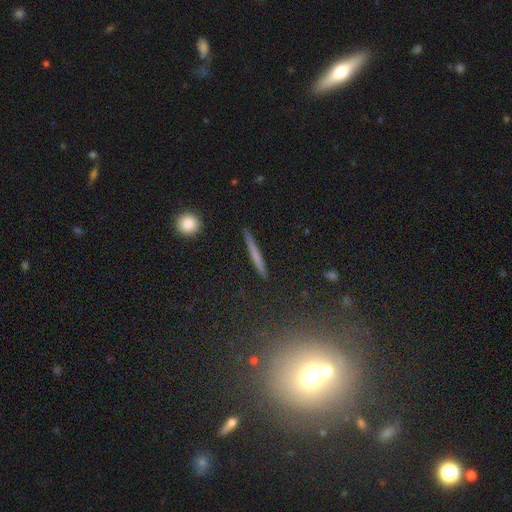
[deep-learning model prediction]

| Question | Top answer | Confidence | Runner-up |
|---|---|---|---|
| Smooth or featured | smooth | 53% | featured or disk (38%) |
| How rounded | cigar-shaped | 94% | round (3%) |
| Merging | none | 90% | minor disturbance (7%) |